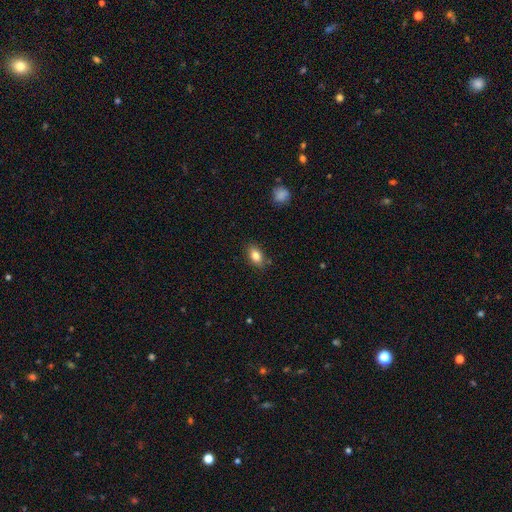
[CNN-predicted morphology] type=smooth (82%); roundness=in between (87%); merging=none (83%).